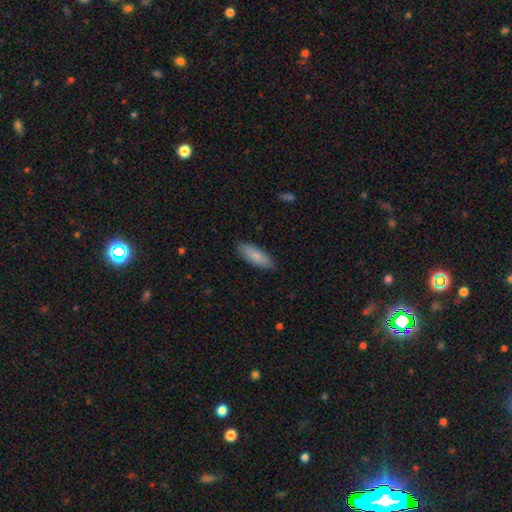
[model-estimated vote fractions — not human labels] This is clearly a smooth galaxy (84%). How rounded: likely in between (62%). Merging: clearly none (87%).